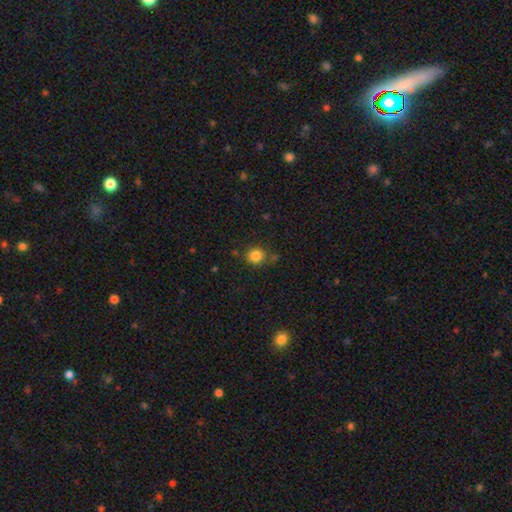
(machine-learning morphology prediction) smooth_or_featured: smooth (p=0.83) [alt: star or artifact p=0.12]
how_rounded: round (p=0.88) [alt: in between p=0.11]
merging: none (p=0.78) [alt: minor disturbance p=0.12]